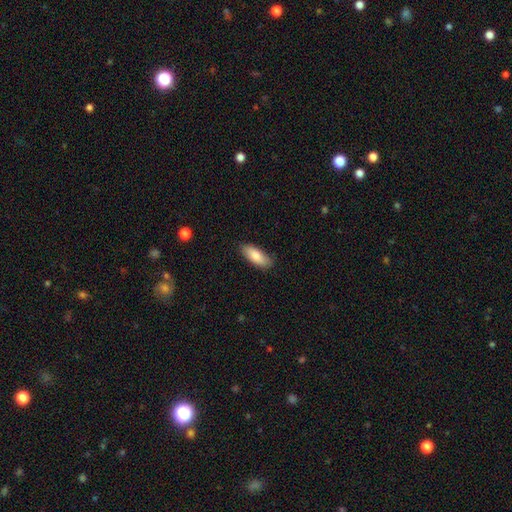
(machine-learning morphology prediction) This is clearly a smooth galaxy (83%). How rounded: likely in between (79%). Merging: clearly none (84%).